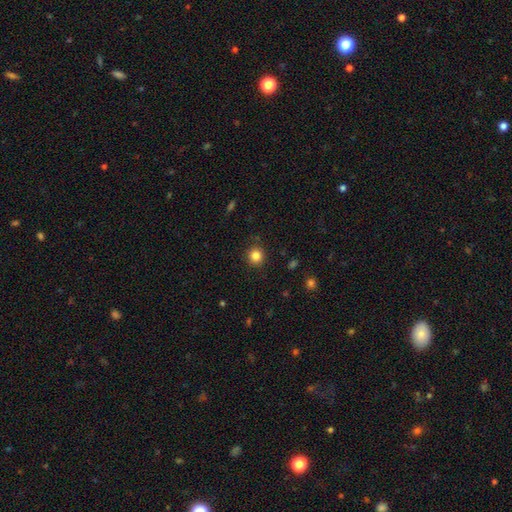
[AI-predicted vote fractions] Overall: smooth (84%). How rounded: round (93%). Merging: none (89%).